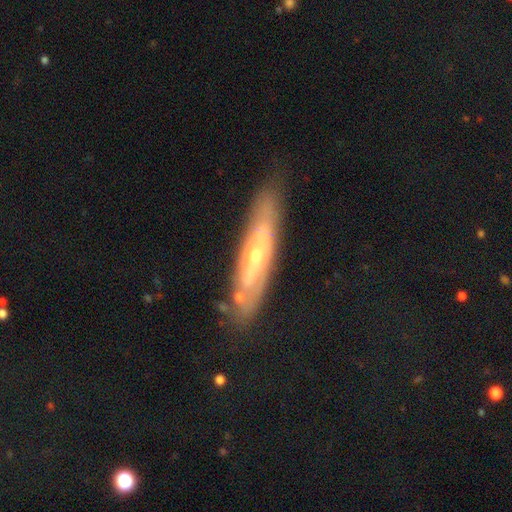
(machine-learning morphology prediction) smooth_or_featured: featured or disk (p=0.67) [alt: smooth p=0.27]
disk_edge_on: no (p=0.55) [alt: yes p=0.45]
merging: none (p=0.74) [alt: minor disturbance p=0.16]